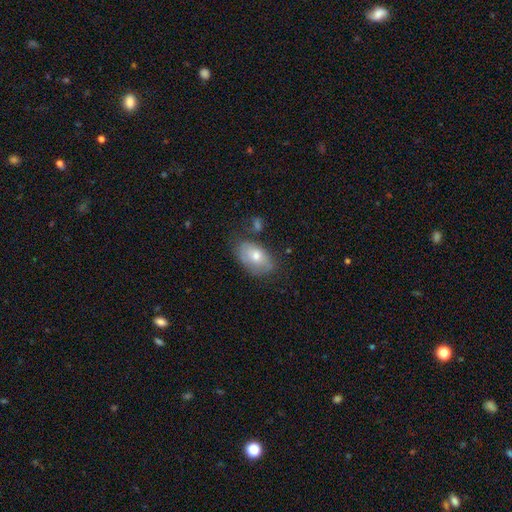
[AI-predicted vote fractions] This appears to be a smooth galaxy with no disk features (68%) that is in between round and cigar-shaped (91%). Merging: none (66%).